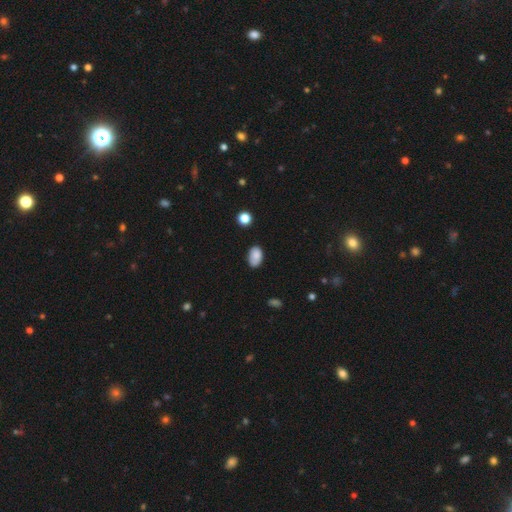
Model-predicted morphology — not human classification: The model was most divided on "merging": none: 75%, minor disturbance: 19%, major disturbance: 4%, merger: 2%. More confident: how rounded — in between (90%); smooth or featured — smooth (85%).